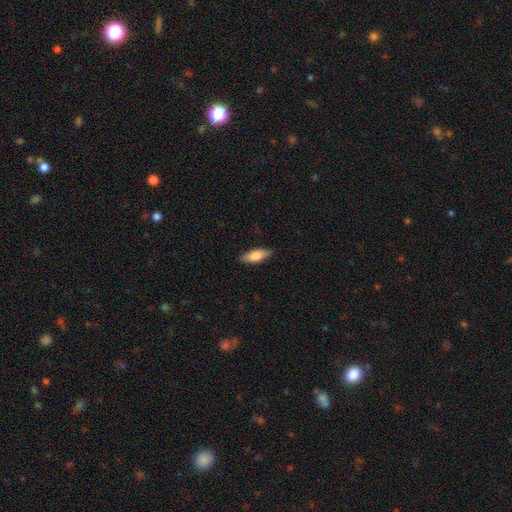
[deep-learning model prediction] Smooth or featured? Predicted: smooth (p=0.80). How rounded? Predicted: in between (p=0.63). Merging? Predicted: none (p=0.87).